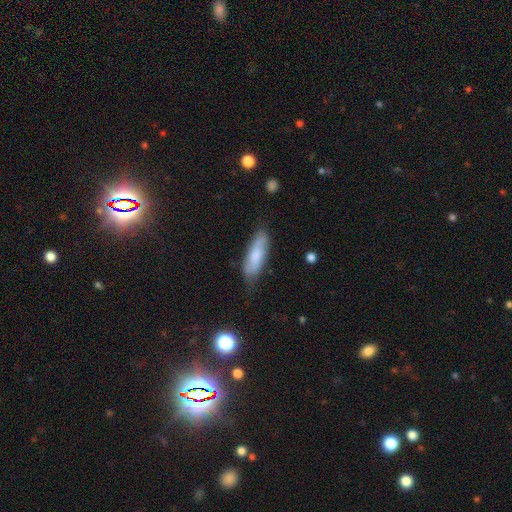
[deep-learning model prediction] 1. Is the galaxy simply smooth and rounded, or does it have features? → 72% smooth, 22% featured or disk, 6% star or artifact.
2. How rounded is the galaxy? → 53% in between, 46% cigar-shaped, 2% round.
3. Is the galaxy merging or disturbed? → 70% none, 23% minor disturbance, 5% major disturbance, 2% merger.